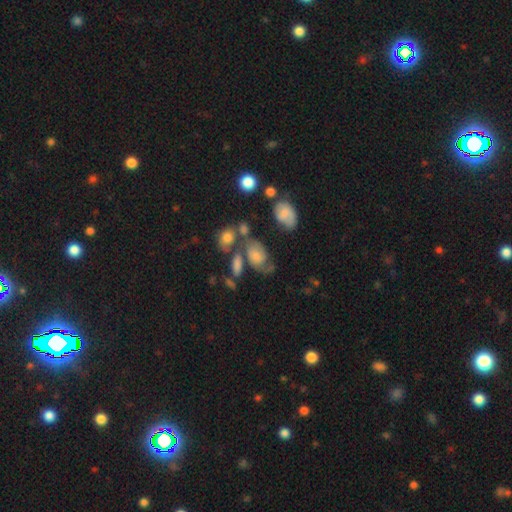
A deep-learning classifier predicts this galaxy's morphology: Smooth or featured?
  - smooth: 46% *
  - featured or disk: 41%
  - star or artifact: 13%
Merging?
  - none: 40% *
  - minor disturbance: 23%
  - major disturbance: 19%
  - merger: 18%